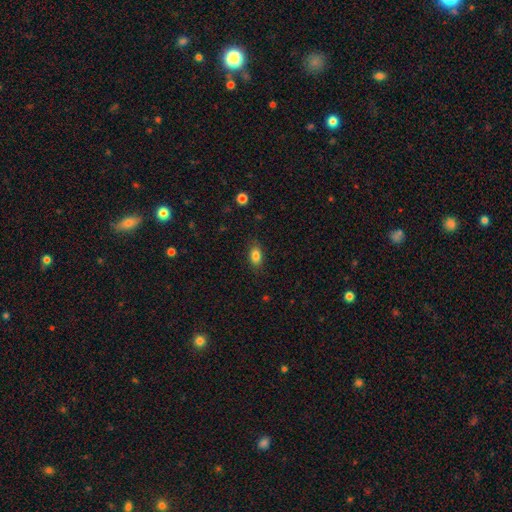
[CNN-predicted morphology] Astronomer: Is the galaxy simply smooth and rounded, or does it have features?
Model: smooth — 84%.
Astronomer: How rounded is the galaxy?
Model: in between — 87%.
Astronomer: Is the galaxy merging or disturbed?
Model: none — 83%.